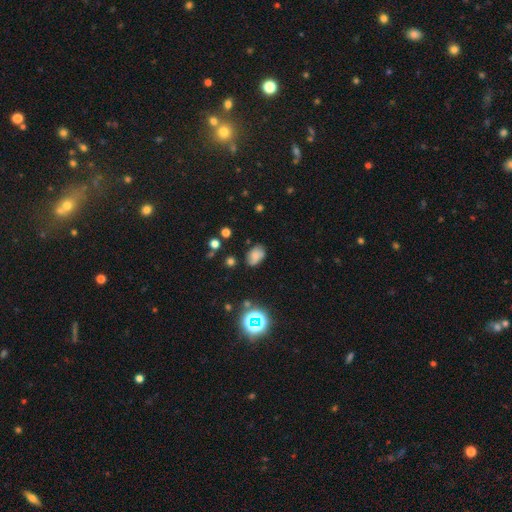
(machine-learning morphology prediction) A smooth galaxy with no disk features (69%) that is in between round and cigar-shaped (83%).

Vote fractions:
- Smooth or featured? smooth: 69% / star or artifact: 17% / featured or disk: 15%
- How rounded? in between: 83% / round: 16% / cigar-shaped: 1%
- Merging? none: 69% / minor disturbance: 23% / major disturbance: 6% / merger: 3%